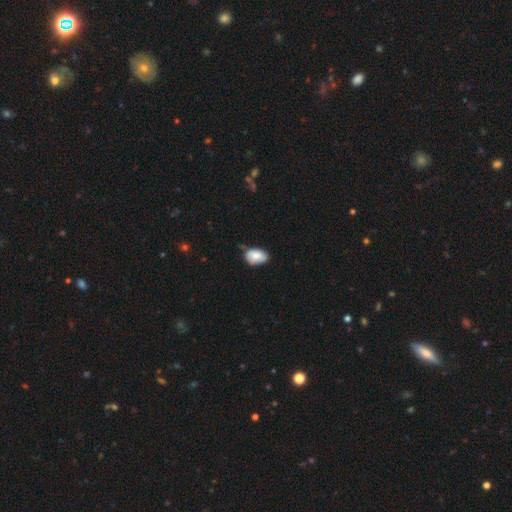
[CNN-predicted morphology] Smooth or featured?
  - smooth: 82% *
  - featured or disk: 11%
  - star or artifact: 7%
How rounded?
  - in between: 89% *
  - round: 10%
  - cigar-shaped: 1%
Merging?
  - none: 60% *
  - minor disturbance: 33%
  - major disturbance: 5%
  - merger: 2%